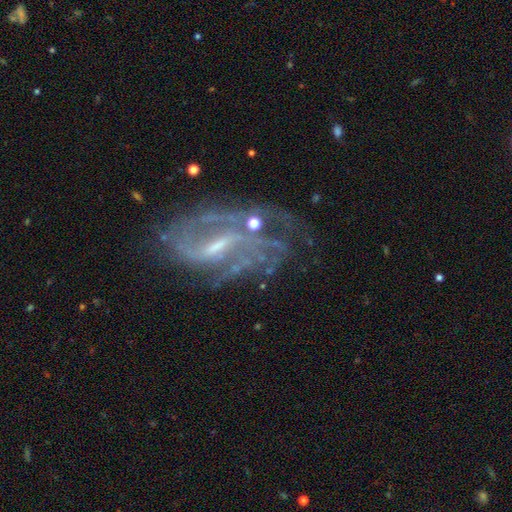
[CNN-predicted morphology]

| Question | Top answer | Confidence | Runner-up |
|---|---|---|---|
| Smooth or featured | featured or disk | 83% | star or artifact (9%) |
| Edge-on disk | no | 95% | yes (5%) |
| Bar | weak | 49% | strong (33%) |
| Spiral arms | yes | 87% | no (13%) |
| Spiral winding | medium | 44% | tight (30%) |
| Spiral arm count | can't tell | 35% | 2 (33%) |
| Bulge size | small | 51% | moderate (29%) |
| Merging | none | 48% | major disturbance (25%) |